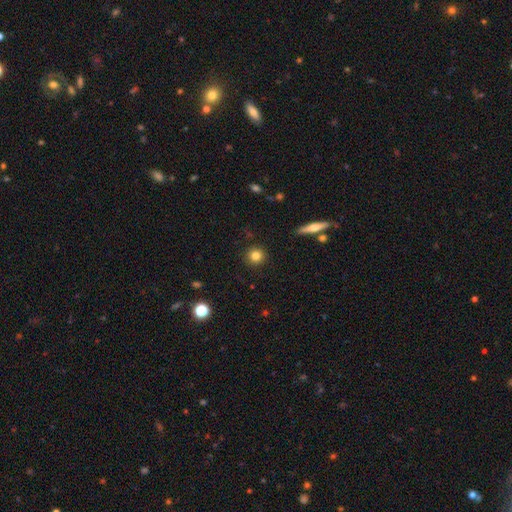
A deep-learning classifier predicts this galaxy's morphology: Smooth or featured?
  - smooth: 81% *
  - star or artifact: 11%
  - featured or disk: 8%
How rounded?
  - round: 94% *
  - in between: 5%
  - cigar-shaped: 1%
Merging?
  - none: 91% *
  - minor disturbance: 5%
  - major disturbance: 2%
  - merger: 1%